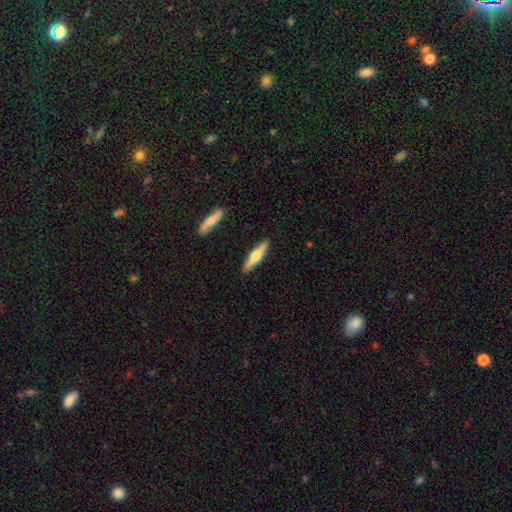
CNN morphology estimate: This appears to be a featured or disk galaxy (52%) viewed edge-on (95%). Merging: none (89%).